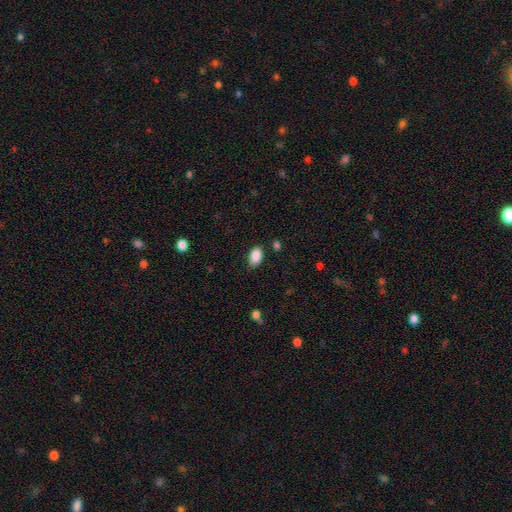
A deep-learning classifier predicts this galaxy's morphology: The model was most divided on "merging": none: 81%, minor disturbance: 14%, major disturbance: 3%, merger: 2%. More confident: how rounded — in between (91%); smooth or featured — smooth (89%).